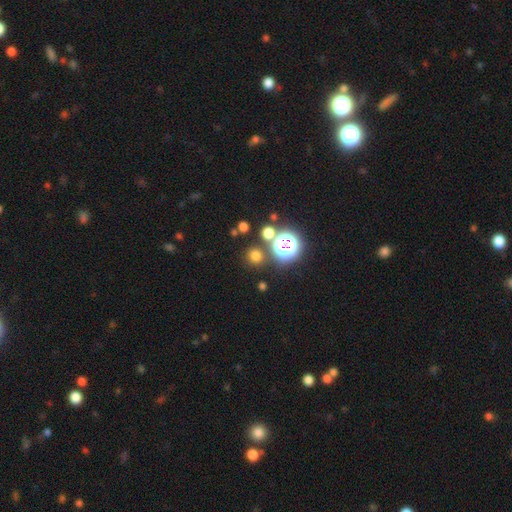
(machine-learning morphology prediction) This appears to be a smooth galaxy with no disk features (67%) that is round (91%). Merging: none (82%).